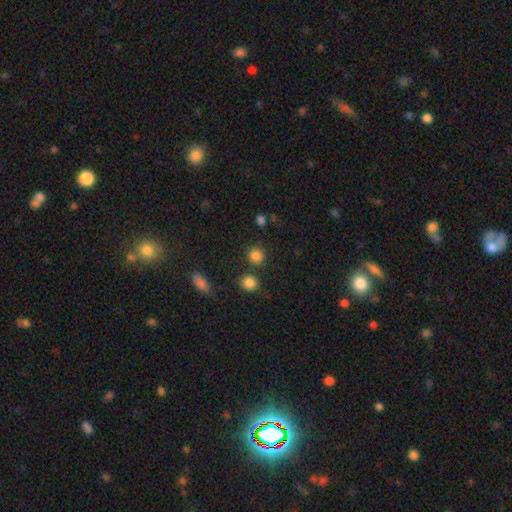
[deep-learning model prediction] The model was most divided on "merging": none: 78%, minor disturbance: 9%, merger: 9%, major disturbance: 4%. More confident: how rounded — round (89%); smooth or featured — smooth (84%).